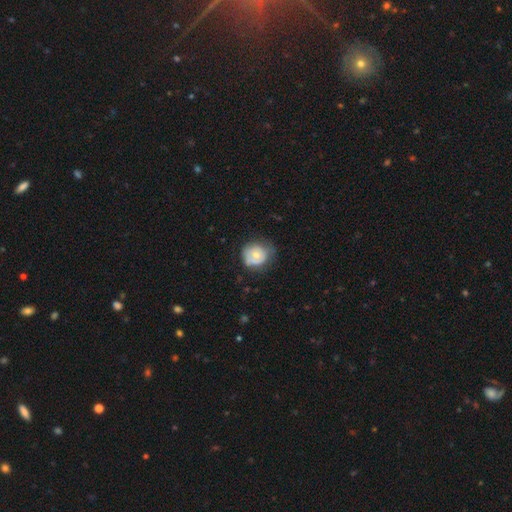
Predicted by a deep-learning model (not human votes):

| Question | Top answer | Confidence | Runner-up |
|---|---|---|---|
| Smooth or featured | smooth | 61% | featured or disk (32%) |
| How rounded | round | 79% | in between (20%) |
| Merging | none | 54% | minor disturbance (33%) |